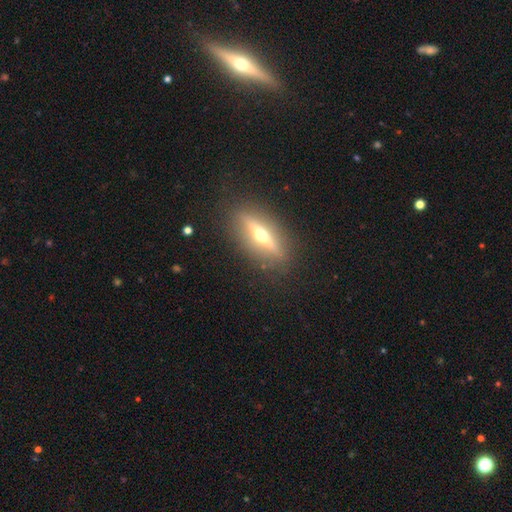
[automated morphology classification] Smooth or featured? featured or disk (50%)
Edge-on disk? yes (73%)
Merging? none (85%)